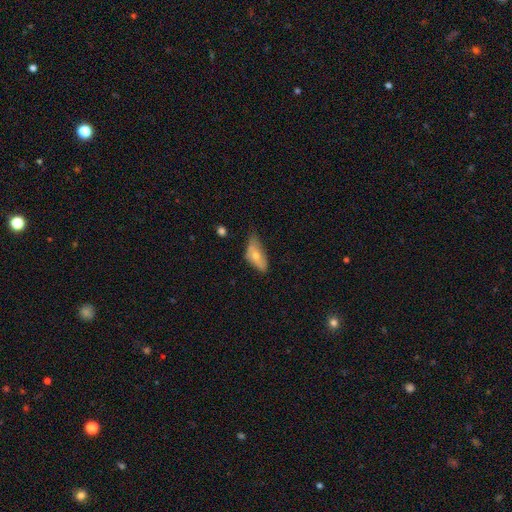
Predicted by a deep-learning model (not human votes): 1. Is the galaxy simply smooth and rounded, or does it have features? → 63% smooth, 29% featured or disk, 7% star or artifact.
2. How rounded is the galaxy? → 87% in between, 9% cigar-shaped, 4% round.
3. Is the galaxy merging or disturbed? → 45% minor disturbance, 35% none, 17% major disturbance, 3% merger.